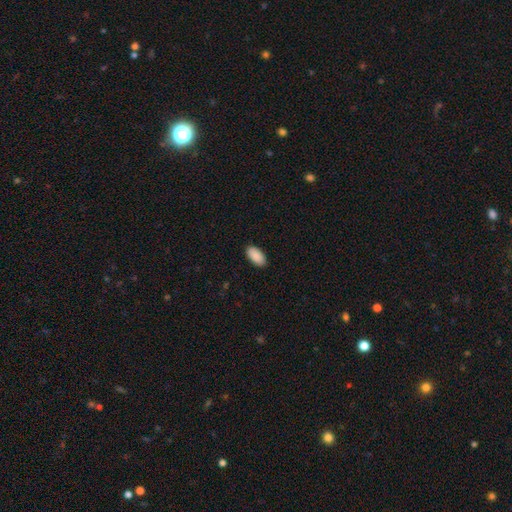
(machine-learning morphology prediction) Overall: smooth (91%). How rounded: in between (95%). Merging: none (89%).